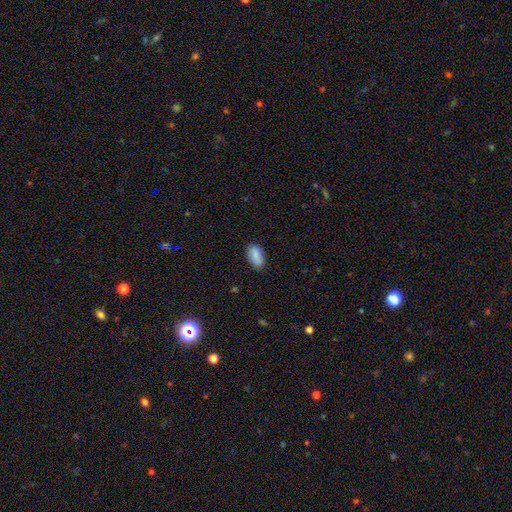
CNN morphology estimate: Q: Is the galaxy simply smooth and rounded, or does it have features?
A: smooth — 87%.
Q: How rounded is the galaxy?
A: in between — 93%.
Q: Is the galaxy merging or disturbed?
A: none — 84%.